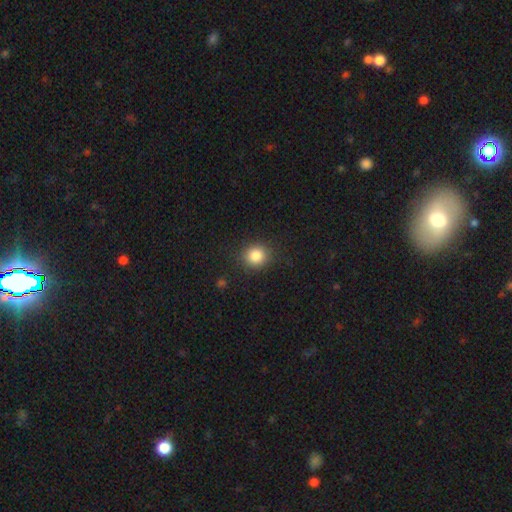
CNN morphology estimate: The model was most divided on "how rounded": round: 84%, in between: 15%, cigar-shaped: 1%. More confident: merging — none (88%); smooth or featured — smooth (84%).